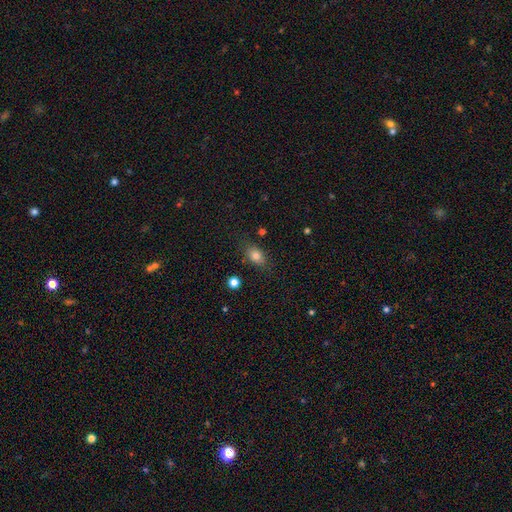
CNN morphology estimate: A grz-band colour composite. It shows a smooth galaxy with no disk features (78%) that is in between round and cigar-shaped (76%). Merging: none (78%).